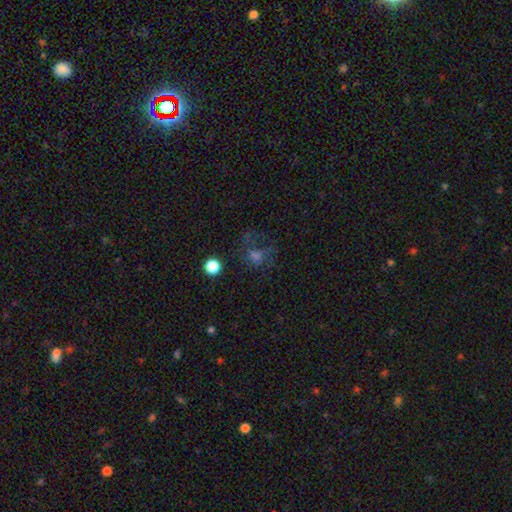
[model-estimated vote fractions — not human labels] smooth_or_featured: smooth (p=0.50) [alt: star or artifact p=0.28]
merging: none (p=0.49) [alt: major disturbance p=0.28]